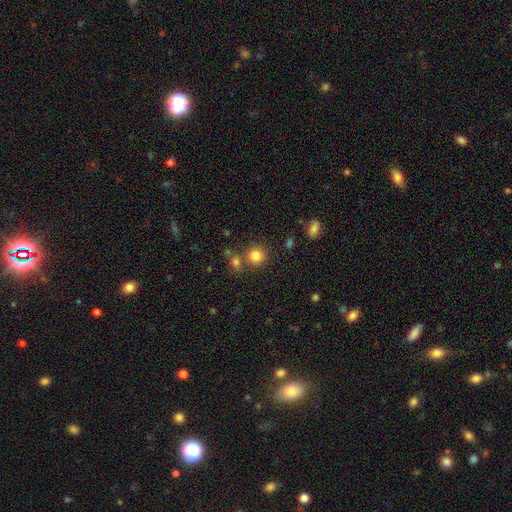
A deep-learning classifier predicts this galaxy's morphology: The model was most divided on "merging": none: 72%, merger: 16%, minor disturbance: 8%, major disturbance: 3%. More confident: how rounded — round (90%); smooth or featured — smooth (82%).